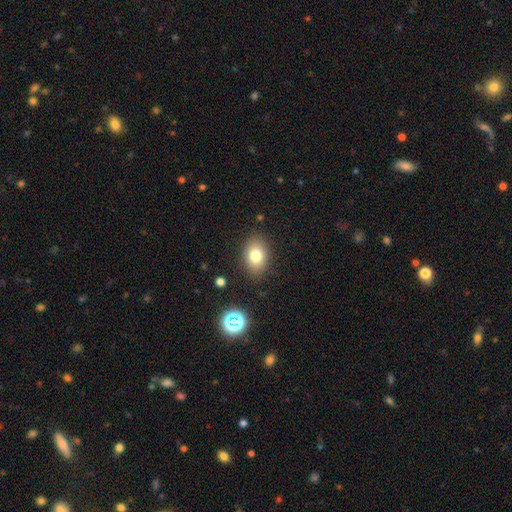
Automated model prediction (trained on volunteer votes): A smooth galaxy with no disk features (78%) that is in between round and cigar-shaped (77%). Merging: none (85%).